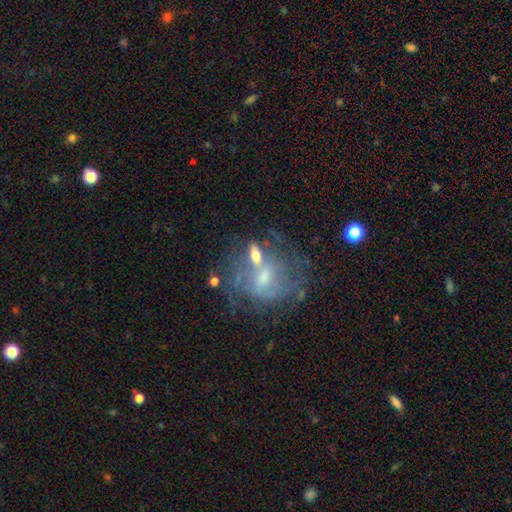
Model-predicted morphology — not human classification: A featured or disk galaxy (53%). Merging: none (35%).